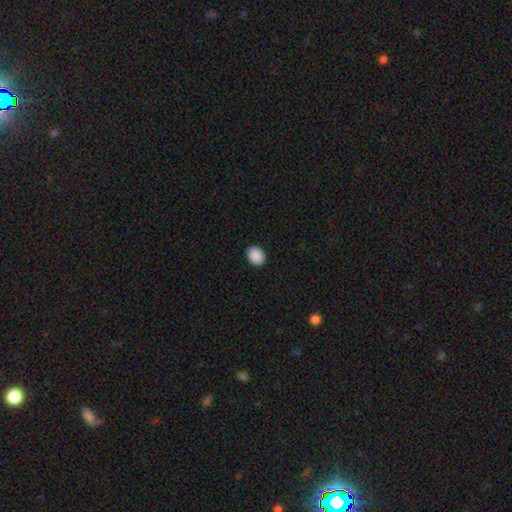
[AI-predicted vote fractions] Smooth or featured?
  - smooth: 90% *
  - star or artifact: 8%
  - featured or disk: 2%
How rounded?
  - in between: 58% *
  - round: 41%
  - cigar-shaped: 1%
Merging?
  - none: 91% *
  - minor disturbance: 6%
  - major disturbance: 2%
  - merger: 1%